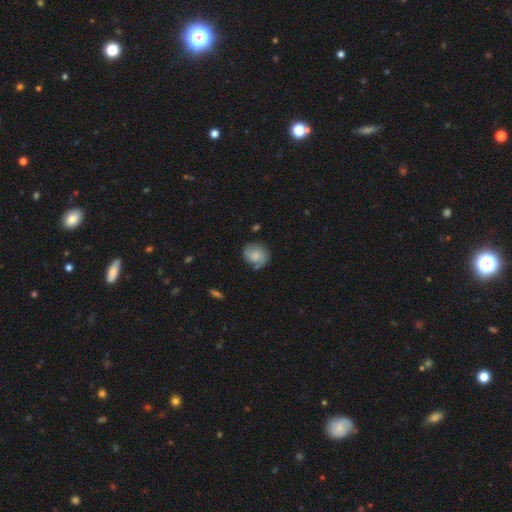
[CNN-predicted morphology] A smooth galaxy with no disk features (48%). Merging: none (66%).